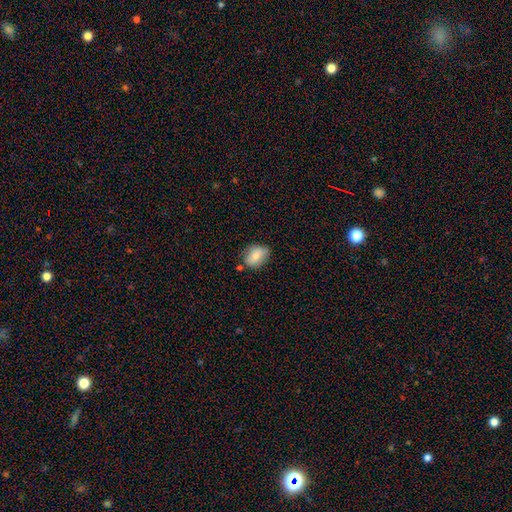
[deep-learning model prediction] This is likely a smooth galaxy (75%). How rounded: likely in between (66%). Merging: likely none (70%).